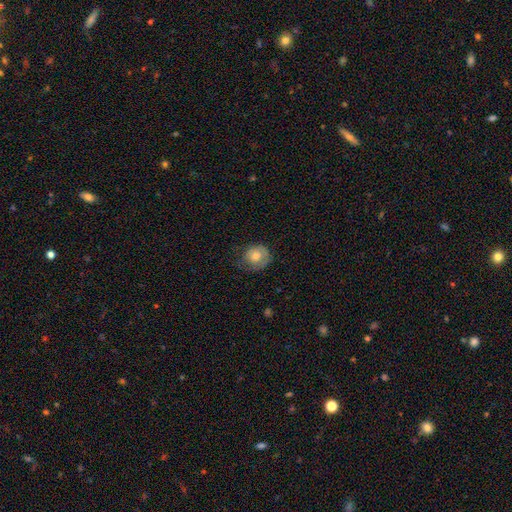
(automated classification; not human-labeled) Q: Smooth or featured?
A: smooth (64%); runner-up: featured or disk (28%)
Q: How rounded?
A: round (74%); runner-up: in between (25%)
Q: Merging?
A: none (56%); runner-up: minor disturbance (28%)